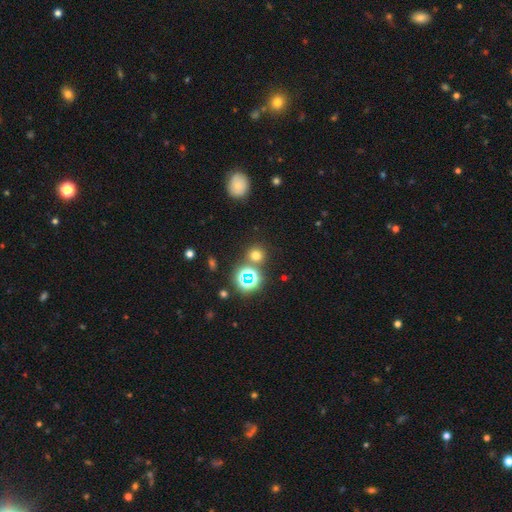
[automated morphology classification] Q: Smooth or featured?
A: smooth (64%); runner-up: star or artifact (29%)
Q: How rounded?
A: round (89%); runner-up: in between (10%)
Q: Merging?
A: none (80%); runner-up: merger (10%)